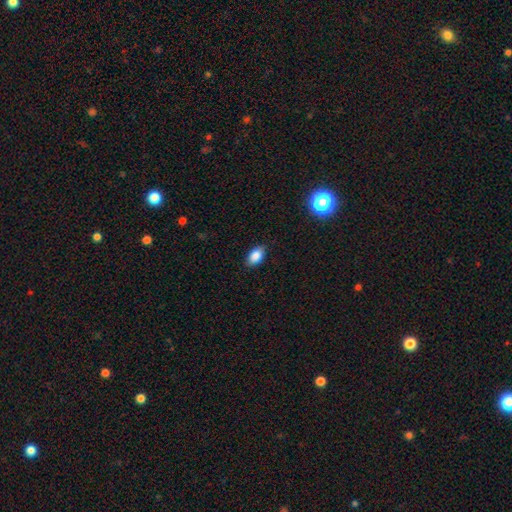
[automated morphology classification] Overall: smooth (86%). How rounded: in between (91%). Merging: none (86%).